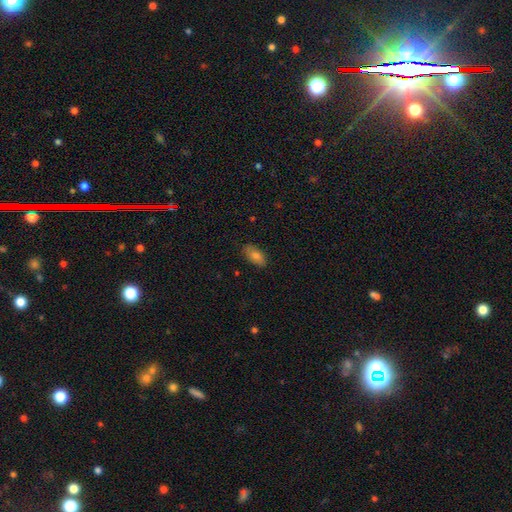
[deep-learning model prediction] Smooth or featured? Predicted: smooth (p=0.80). How rounded? Predicted: in between (p=0.90). Merging? Predicted: none (p=0.84).